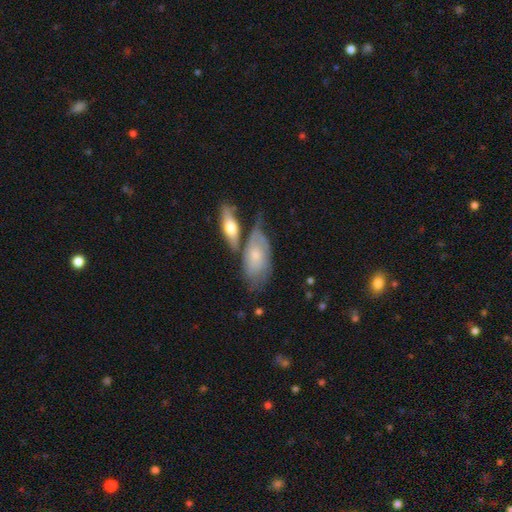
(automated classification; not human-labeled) smooth-or-featured: featured or disk: 48% | smooth: 46% | star or artifact: 6%
  merging: none: 42% | merger: 24% | minor disturbance: 24% | major disturbance: 10%